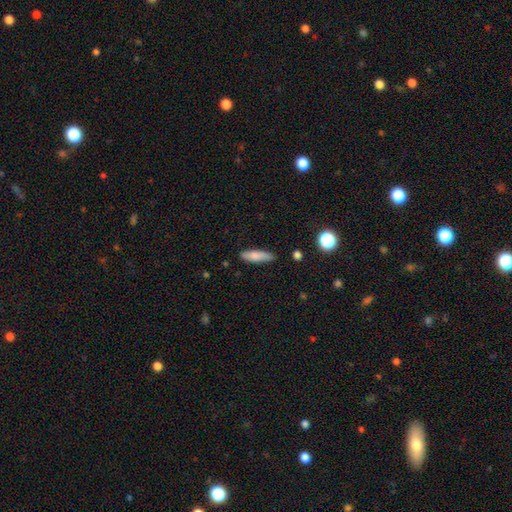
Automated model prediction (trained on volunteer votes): This is likely a smooth galaxy (78%). How rounded: likely cigar-shaped (63%). Merging: likely none (80%).